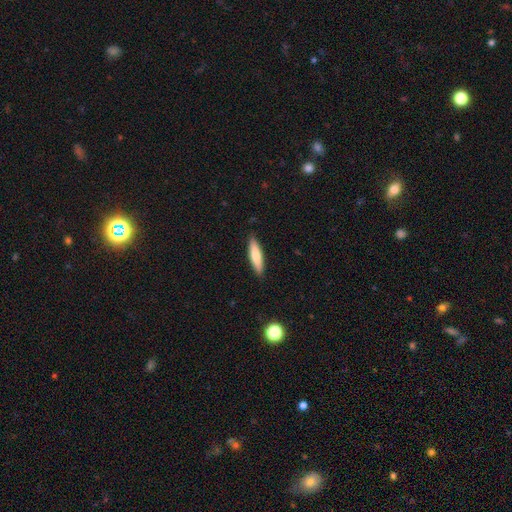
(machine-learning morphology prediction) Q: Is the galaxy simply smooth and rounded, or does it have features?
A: smooth — 73%.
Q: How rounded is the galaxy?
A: cigar-shaped — 75%.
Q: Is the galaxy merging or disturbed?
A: none — 88%.